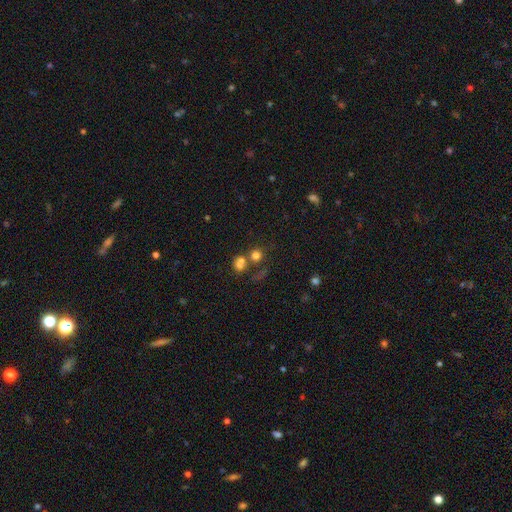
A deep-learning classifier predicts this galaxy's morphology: type=smooth (73%); roundness=round (86%); merging=none (47%).